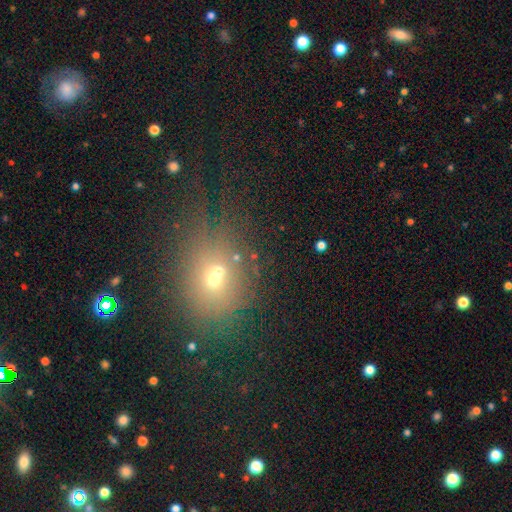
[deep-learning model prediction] This appears to be a smooth galaxy with no disk features (54%) that is round (53%). Merging: none (80%).